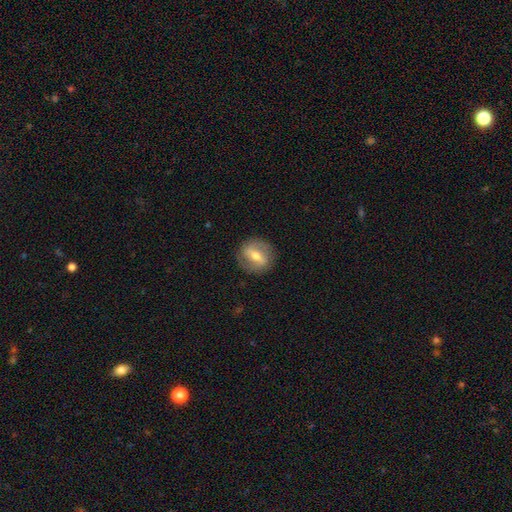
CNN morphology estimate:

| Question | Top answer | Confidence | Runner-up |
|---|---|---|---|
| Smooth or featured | featured or disk | 61% | smooth (33%) |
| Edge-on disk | no | 88% | yes (12%) |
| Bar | strong | 56% | weak (31%) |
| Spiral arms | no | 53% | yes (47%) |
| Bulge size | moderate | 65% | small (27%) |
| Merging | none | 85% | minor disturbance (10%) |